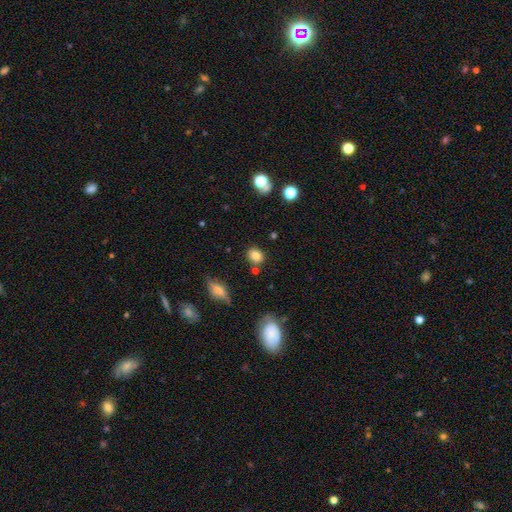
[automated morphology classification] Smooth or featured? Predicted: smooth (p=0.81). How rounded? Predicted: round (p=0.59). Merging? Predicted: none (p=0.81).